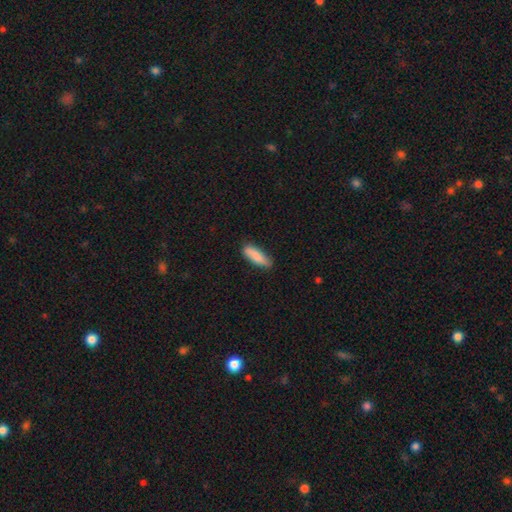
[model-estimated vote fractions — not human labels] smooth 85%, featured or disk 10%, star or artifact 6%. Down the decision tree: how rounded — cigar-shaped (57%); merging — none (78%).